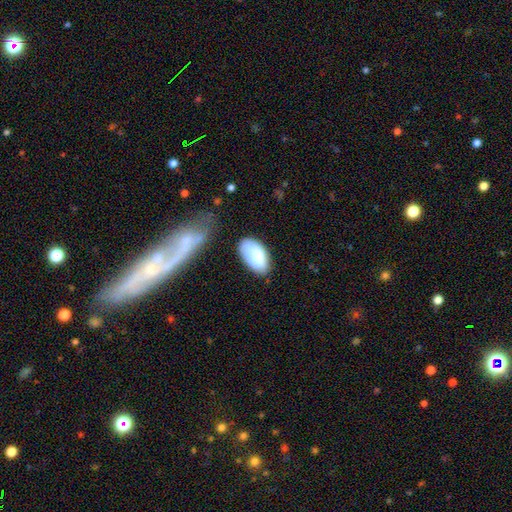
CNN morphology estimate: Smooth or featured?
  - smooth: 81% *
  - featured or disk: 12%
  - star or artifact: 7%
How rounded?
  - in between: 95% *
  - round: 3%
  - cigar-shaped: 2%
Merging?
  - none: 62% *
  - minor disturbance: 24%
  - major disturbance: 7%
  - merger: 6%